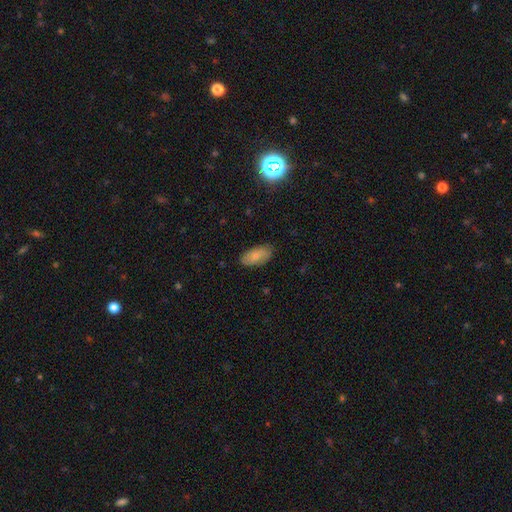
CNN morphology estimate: Smooth or featured? smooth (80%)
How rounded? in between (92%)
Merging? none (79%)